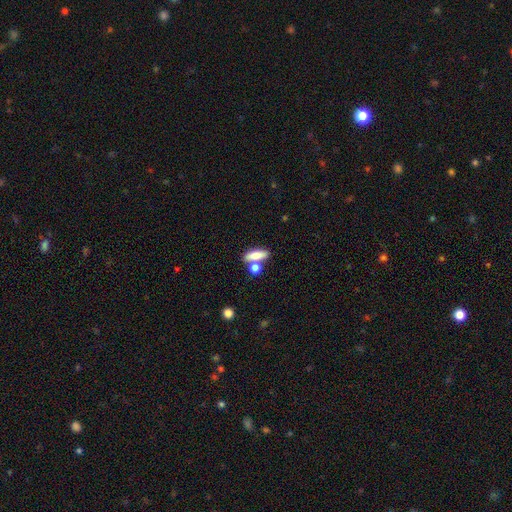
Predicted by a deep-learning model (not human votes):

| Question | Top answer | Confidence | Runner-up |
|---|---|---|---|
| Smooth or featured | smooth | 75% | featured or disk (17%) |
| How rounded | in between | 61% | cigar-shaped (30%) |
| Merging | none | 58% | merger (27%) |